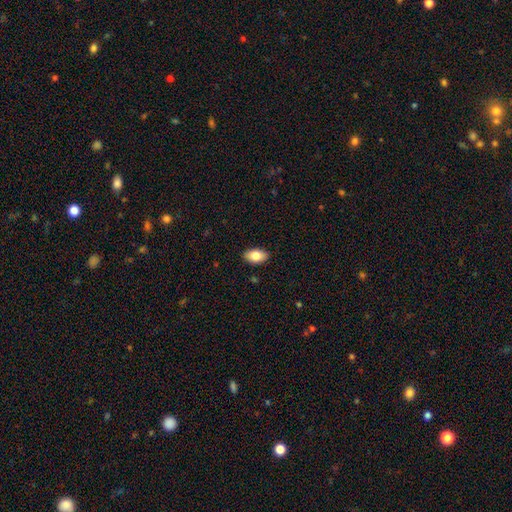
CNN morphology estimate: A smooth galaxy with no disk features (83%) that is in between round and cigar-shaped (93%). Merging: none (89%).